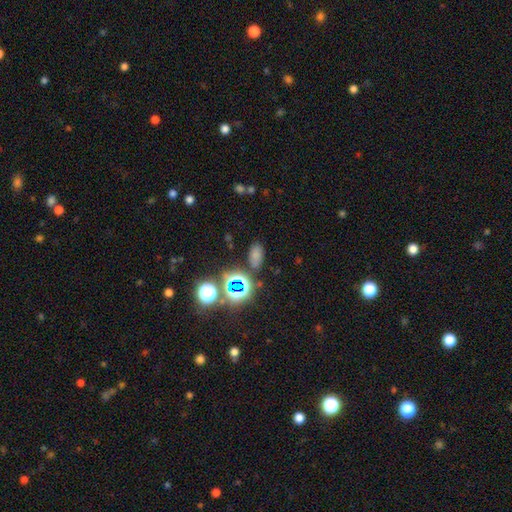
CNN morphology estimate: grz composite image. It shows a smooth galaxy with no disk features (63%) that is in between round and cigar-shaped (87%). Merging: none (76%).